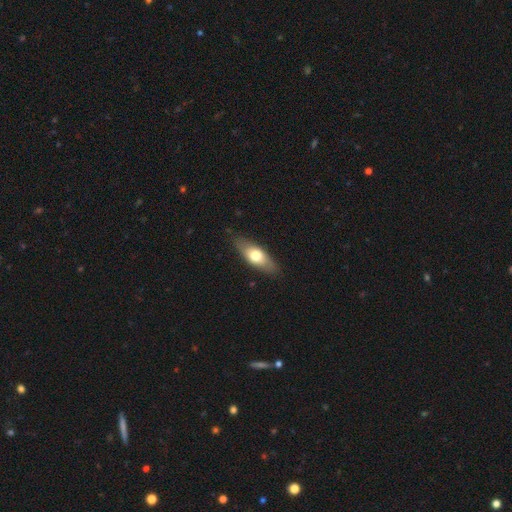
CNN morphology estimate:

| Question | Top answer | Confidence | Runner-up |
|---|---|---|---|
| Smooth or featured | smooth | 64% | featured or disk (30%) |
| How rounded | in between | 73% | cigar-shaped (24%) |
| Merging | none | 84% | minor disturbance (12%) |